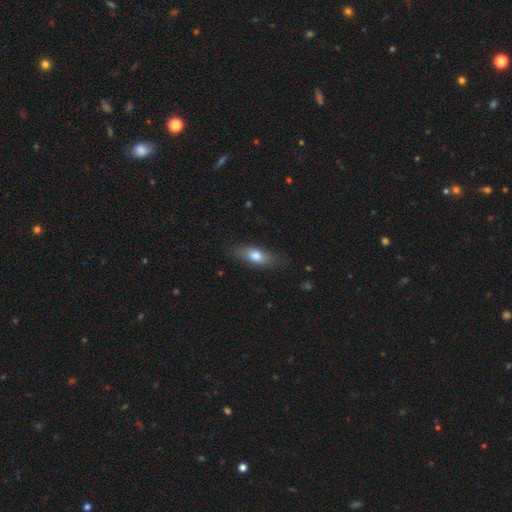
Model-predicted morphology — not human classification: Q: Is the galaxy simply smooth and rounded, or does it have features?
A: smooth — 75%.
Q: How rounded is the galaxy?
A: in between — 72%.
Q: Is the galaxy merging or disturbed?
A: none — 80%.